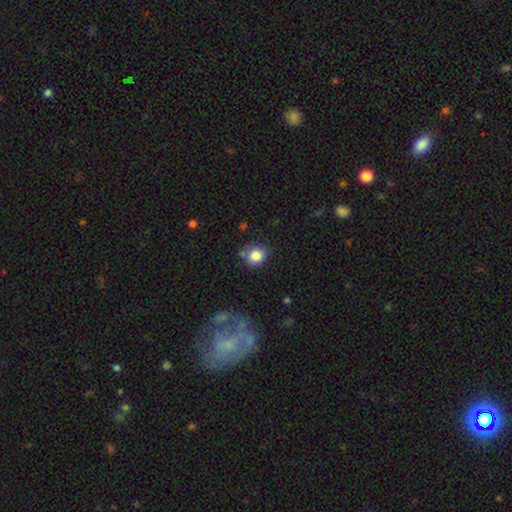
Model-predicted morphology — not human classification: The model was most divided on "how rounded": round: 75%, in between: 24%, cigar-shaped: 1%. More confident: smooth or featured — smooth (83%); merging — none (71%).